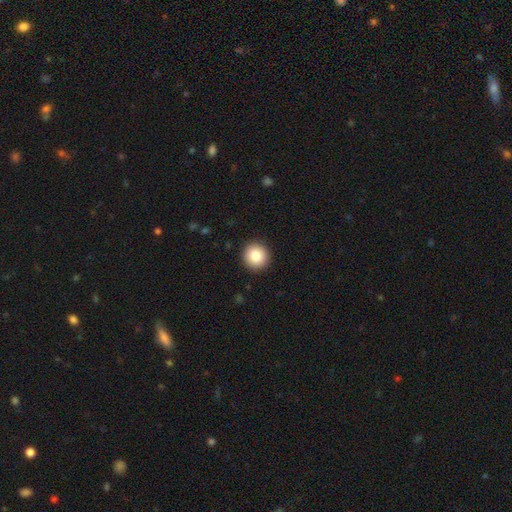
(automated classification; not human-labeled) Smooth or featured? Predicted: smooth (p=0.85). How rounded? Predicted: round (p=0.95). Merging? Predicted: none (p=0.92).